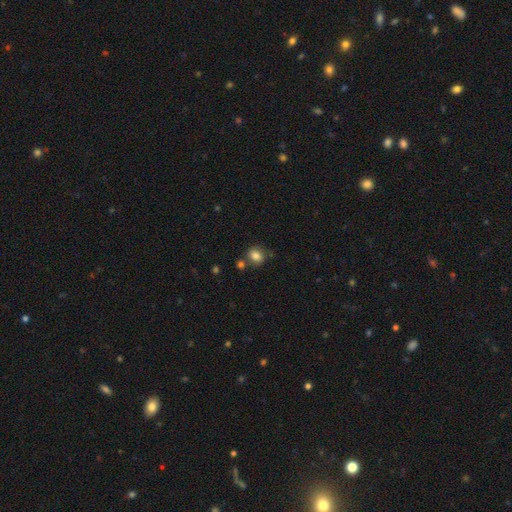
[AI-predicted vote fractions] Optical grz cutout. It shows a smooth galaxy with no disk features (82%) that is round (55%). Merging: none (64%).